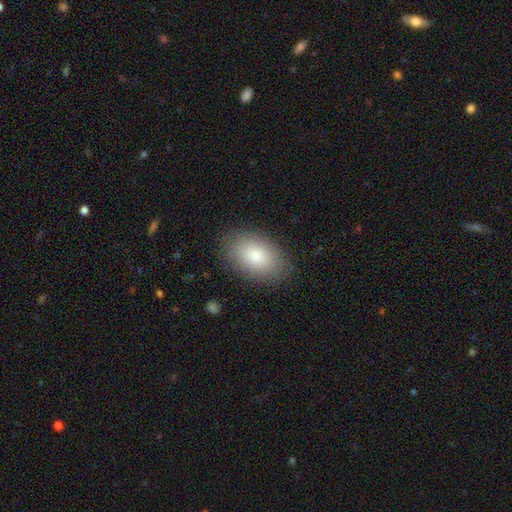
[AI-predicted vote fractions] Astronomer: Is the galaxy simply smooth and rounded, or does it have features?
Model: smooth — 83%.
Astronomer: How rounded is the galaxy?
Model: in between — 91%.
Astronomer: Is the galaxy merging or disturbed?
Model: none — 86%.